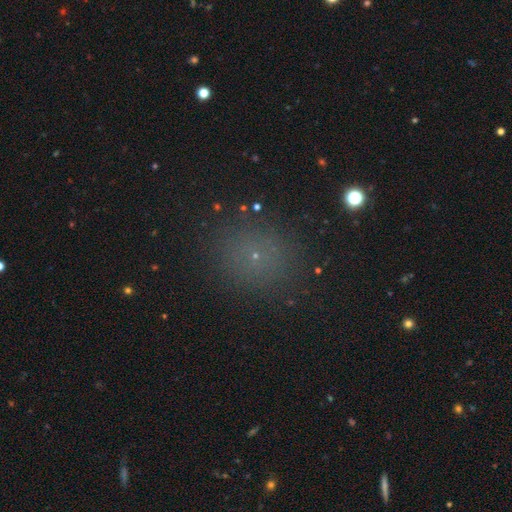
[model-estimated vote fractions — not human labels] This is likely a smooth galaxy (60%). How rounded: clearly round (83%). Merging: clearly none (88%).